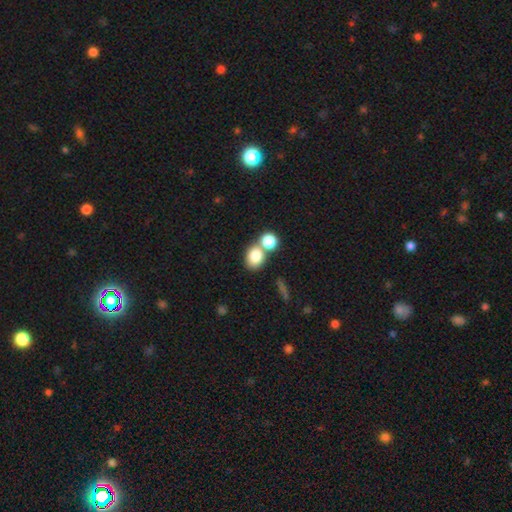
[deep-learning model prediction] Smooth or featured: smooth — 81% (star or artifact — 10%)
How rounded: round — 51% (in between — 48%)
Merging: merger — 47% (none — 42%)